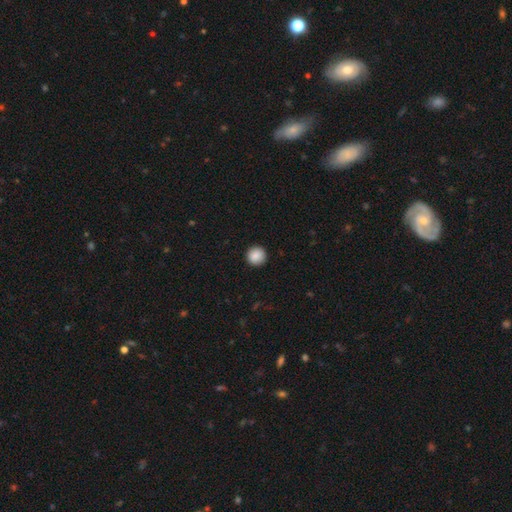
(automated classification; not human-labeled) Q: Smooth or featured?
A: smooth (89%); runner-up: star or artifact (8%)
Q: How rounded?
A: round (96%); runner-up: in between (3%)
Q: Merging?
A: none (93%); runner-up: minor disturbance (5%)